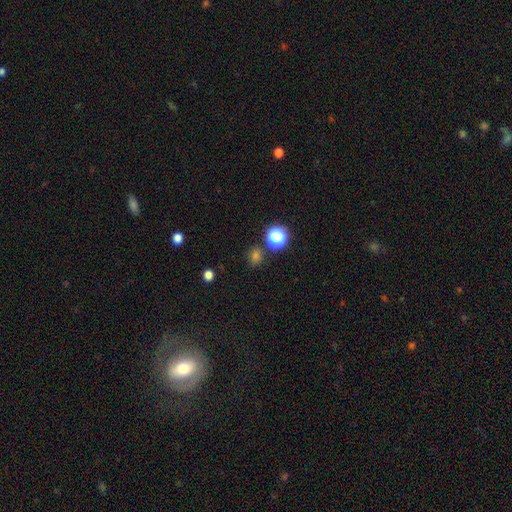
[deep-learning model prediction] smooth-or-featured: smooth: 61% | star or artifact: 32% | featured or disk: 6%
  how-rounded: round: 78% | in between: 20% | cigar-shaped: 1%
  merging: none: 81% | minor disturbance: 9% | merger: 6% | major disturbance: 3%